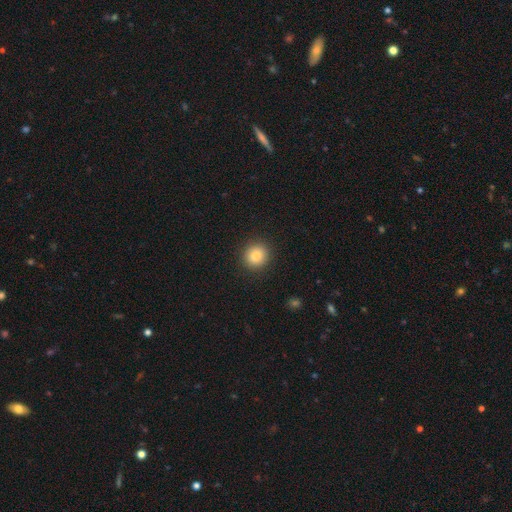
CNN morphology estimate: smooth 85%, star or artifact 9%, featured or disk 5%. Down the decision tree: how rounded — round (87%); merging — none (91%).